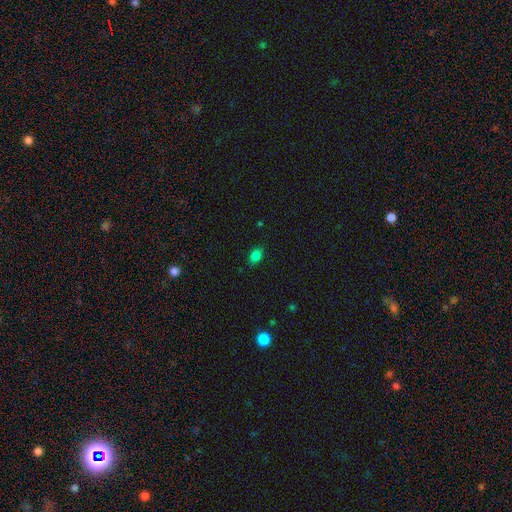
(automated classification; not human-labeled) A smooth galaxy with no disk features (81%) that is in between round and cigar-shaped (78%). Merging: none (86%).